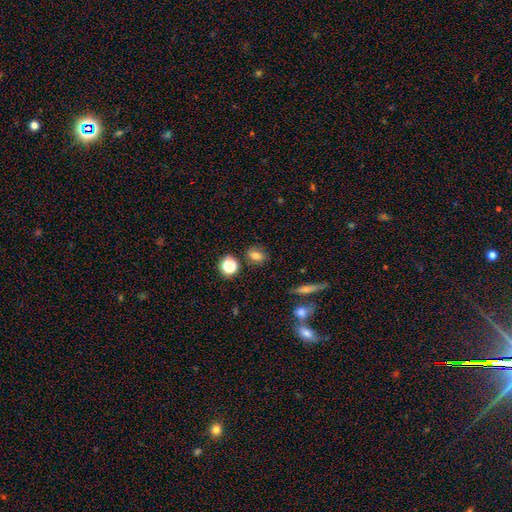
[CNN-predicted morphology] A smooth galaxy with no disk features (77%) that is in between round and cigar-shaped (62%). Merging: none (81%).